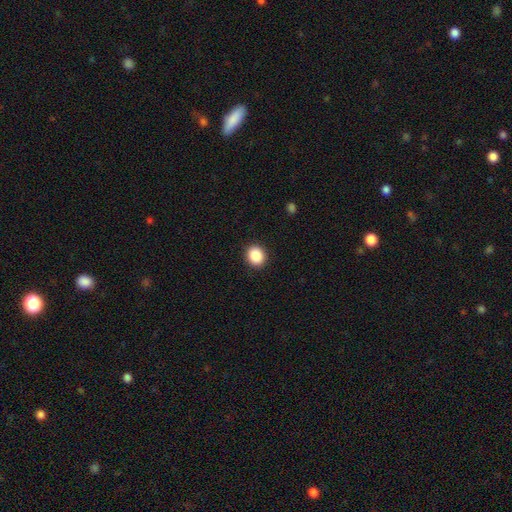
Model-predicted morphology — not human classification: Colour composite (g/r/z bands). It shows a smooth galaxy with no disk features (88%) that is round (73%). Merging: none (92%).